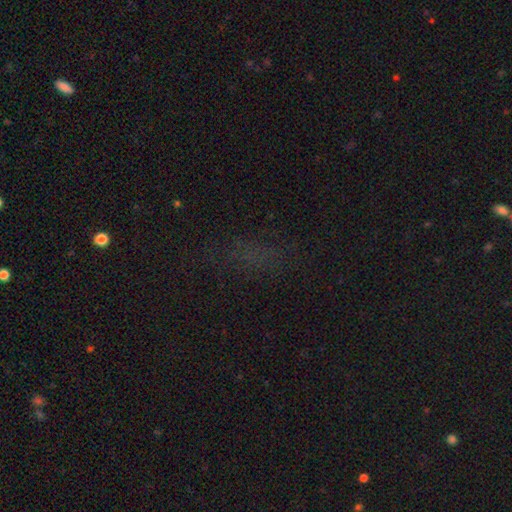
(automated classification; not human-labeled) Smooth or featured? Predicted: star or artifact (p=0.49).